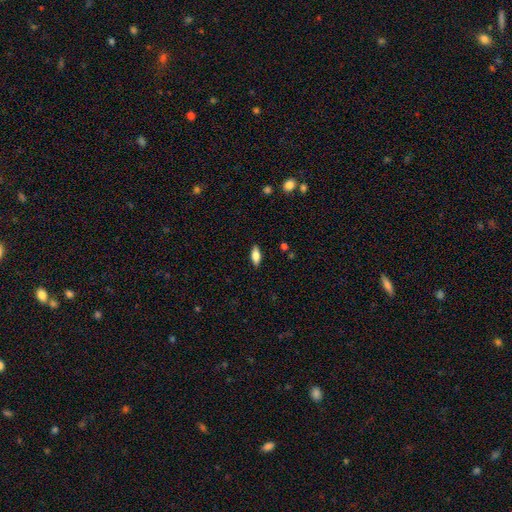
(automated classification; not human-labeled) Overall: smooth (77%). How rounded: in between (81%). Merging: none (88%).